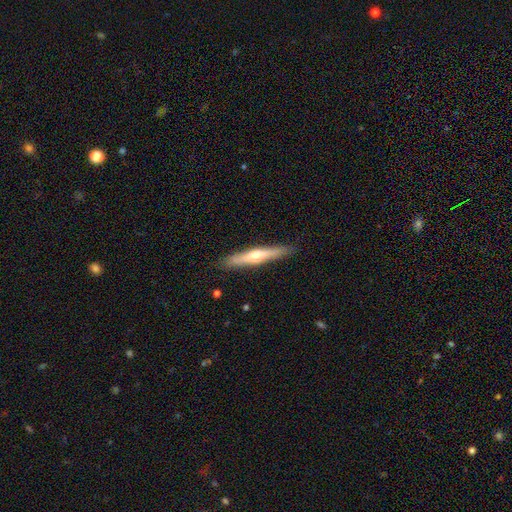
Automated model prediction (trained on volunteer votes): Q: Smooth or featured?
A: featured or disk (55%); runner-up: smooth (39%)
Q: Edge-on disk?
A: yes (94%); runner-up: no (6%)
Q: Edge-on bulge?
A: rounded (81%); runner-up: none (15%)
Q: Merging?
A: none (88%); runner-up: minor disturbance (9%)